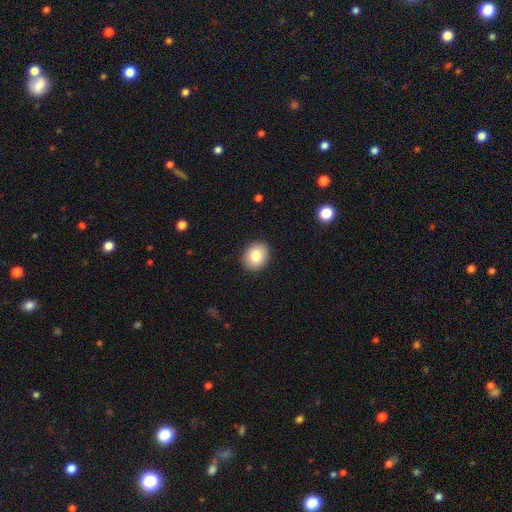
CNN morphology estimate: smooth 82%, featured or disk 10%, star or artifact 8%. Down the decision tree: how rounded — round (57%); merging — none (90%).